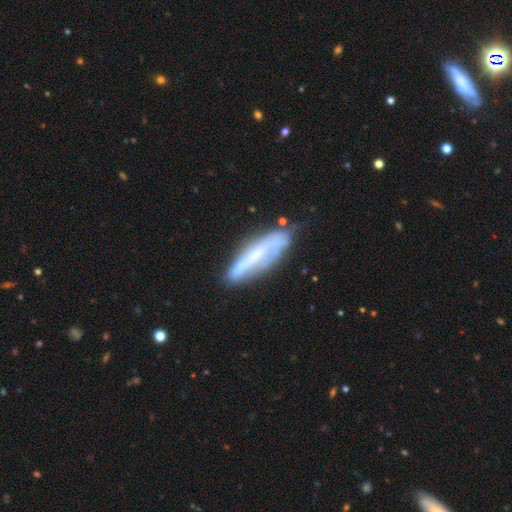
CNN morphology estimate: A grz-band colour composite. It shows a featured or disk galaxy (54%). Merging: none (61%).